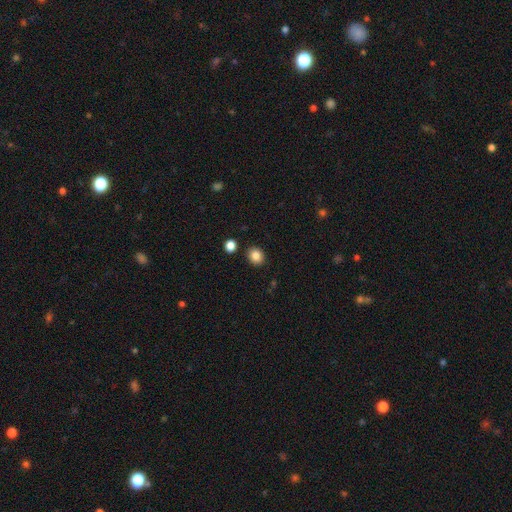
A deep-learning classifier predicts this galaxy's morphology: smooth-or-featured: smooth: 85% | star or artifact: 10% | featured or disk: 5%
  how-rounded: round: 70% | in between: 29% | cigar-shaped: 1%
  merging: none: 87% | minor disturbance: 7% | merger: 4% | major disturbance: 2%